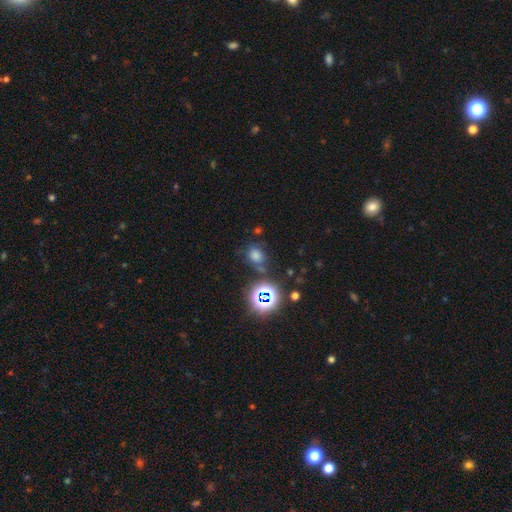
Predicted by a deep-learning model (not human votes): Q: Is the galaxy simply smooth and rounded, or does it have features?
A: smooth — 55%.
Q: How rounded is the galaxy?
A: round — 68%.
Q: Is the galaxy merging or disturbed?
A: none — 71%.